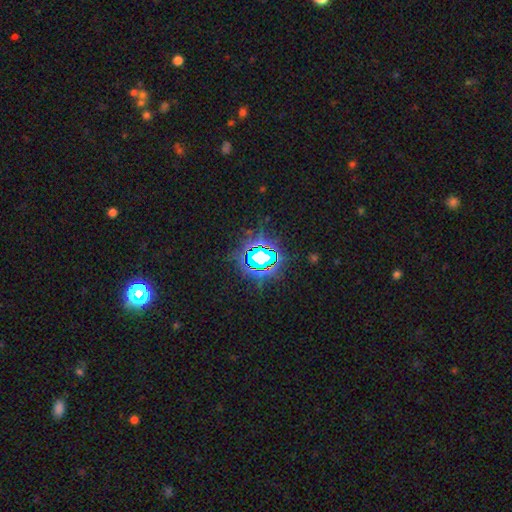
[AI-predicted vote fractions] A star or artifact, not a galaxy (75%).